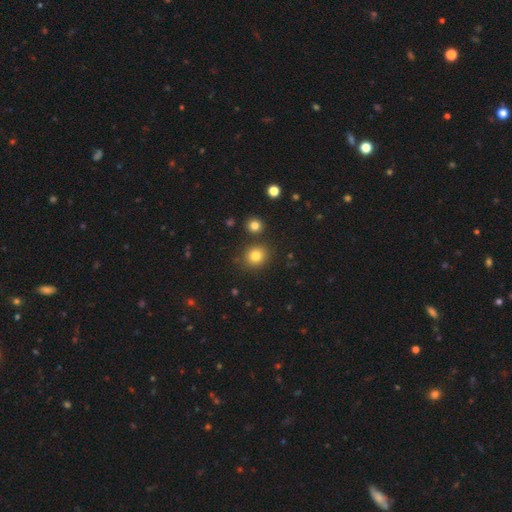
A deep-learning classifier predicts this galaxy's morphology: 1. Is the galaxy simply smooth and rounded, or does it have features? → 82% smooth, 12% star or artifact, 6% featured or disk.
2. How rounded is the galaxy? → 80% round, 19% in between, 1% cigar-shaped.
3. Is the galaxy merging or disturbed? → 83% none, 8% minor disturbance, 6% merger, 3% major disturbance.